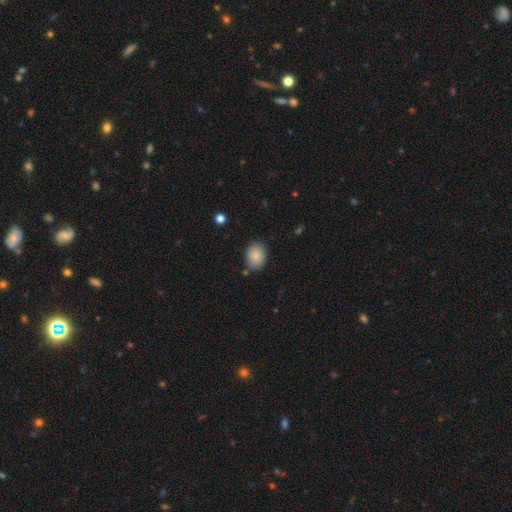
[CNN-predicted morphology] Overall: smooth (85%). How rounded: in between (73%). Merging: none (80%).